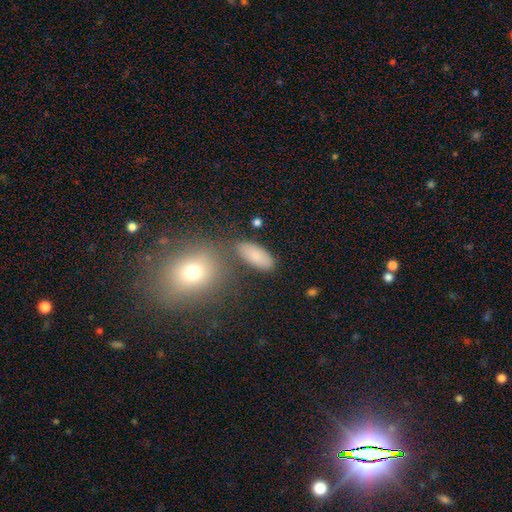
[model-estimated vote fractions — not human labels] smooth 79%, featured or disk 12%, star or artifact 9%. Down the decision tree: how rounded — in between (84%); merging — none (75%).